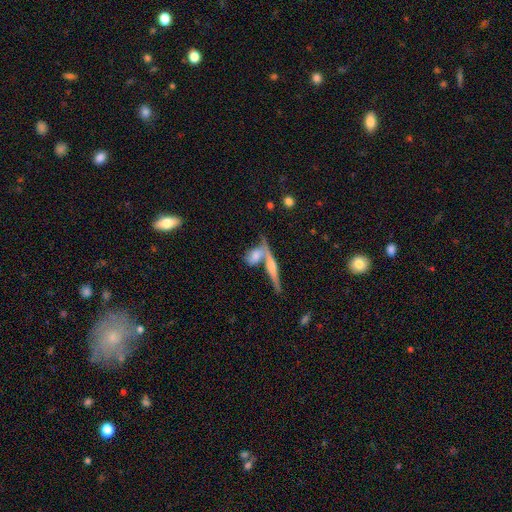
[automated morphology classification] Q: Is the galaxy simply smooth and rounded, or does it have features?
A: smooth — 51%.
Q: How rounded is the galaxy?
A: in between — 58%.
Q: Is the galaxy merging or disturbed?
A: merger — 51%.